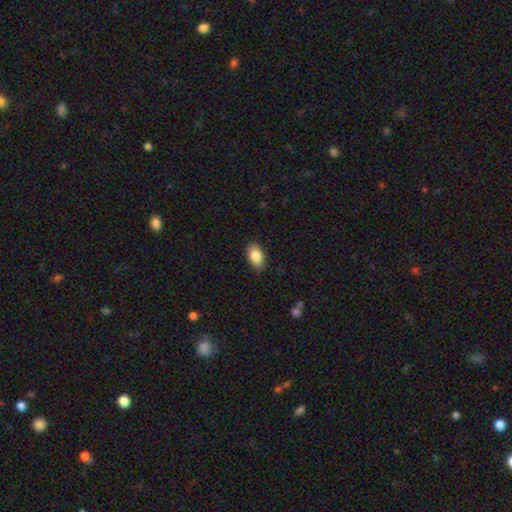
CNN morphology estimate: Smooth or featured?
  - smooth: 86% *
  - star or artifact: 7%
  - featured or disk: 7%
How rounded?
  - in between: 92% *
  - round: 7%
  - cigar-shaped: 2%
Merging?
  - none: 87% *
  - minor disturbance: 10%
  - major disturbance: 2%
  - merger: 1%